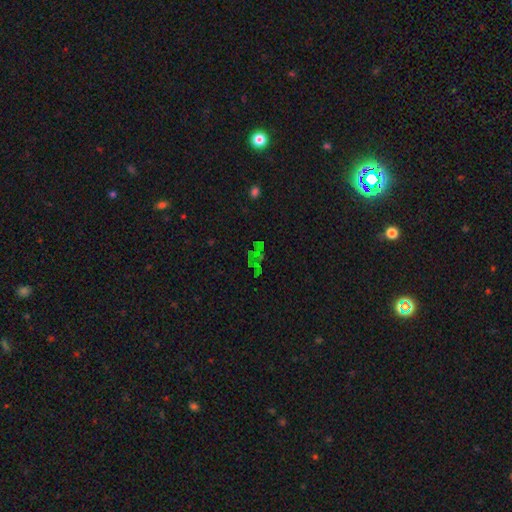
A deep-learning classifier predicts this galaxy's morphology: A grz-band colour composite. It shows a star or artifact, not a galaxy (60%).